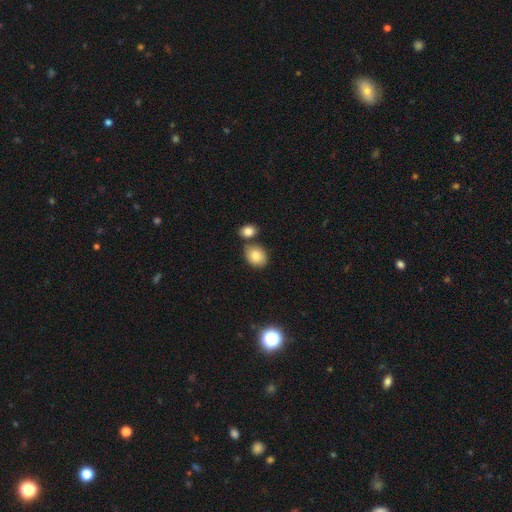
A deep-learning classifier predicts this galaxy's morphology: smooth_or_featured: smooth (p=0.83) [alt: featured or disk p=0.09]
how_rounded: in between (p=0.54) [alt: round p=0.45]
merging: none (p=0.65) [alt: merger p=0.20]